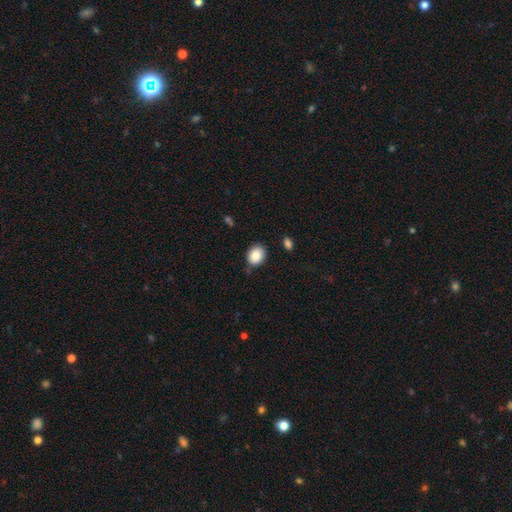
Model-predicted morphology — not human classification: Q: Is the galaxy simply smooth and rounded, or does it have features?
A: smooth — 86%.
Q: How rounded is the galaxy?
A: round — 50%.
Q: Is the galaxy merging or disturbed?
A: none — 78%.